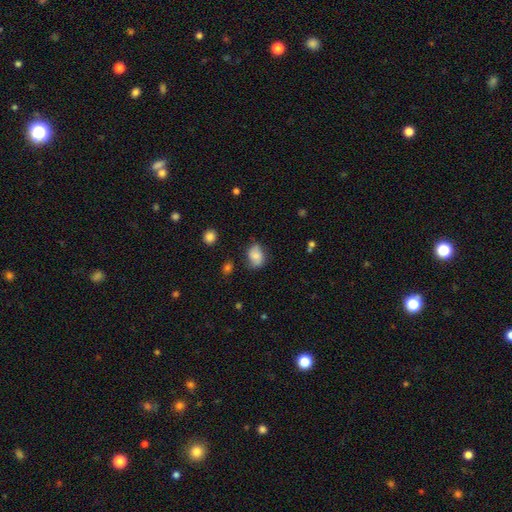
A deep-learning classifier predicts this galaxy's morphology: A smooth galaxy with no disk features (65%) that is in between round and cigar-shaped (70%).

Vote fractions:
- Smooth or featured? smooth: 65% / featured or disk: 26% / star or artifact: 9%
- How rounded? in between: 70% / round: 29% / cigar-shaped: 1%
- Merging? none: 63% / minor disturbance: 27% / major disturbance: 8% / merger: 2%